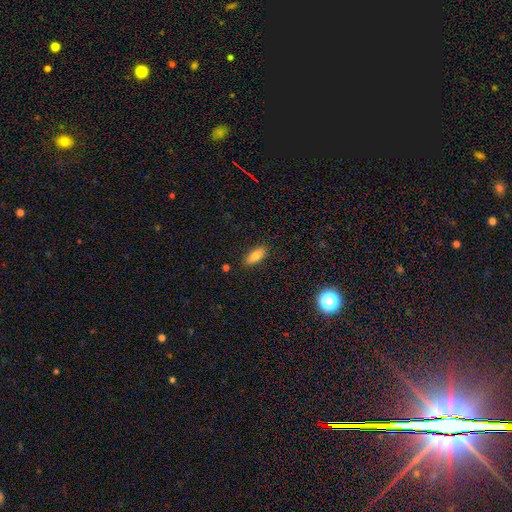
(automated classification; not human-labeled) A smooth galaxy with no disk features (82%) that is in between round and cigar-shaped (77%).

Vote fractions:
- Smooth or featured? smooth: 82% / featured or disk: 10% / star or artifact: 8%
- How rounded? in between: 77% / cigar-shaped: 21% / round: 2%
- Merging? none: 87% / minor disturbance: 9% / major disturbance: 2% / merger: 1%